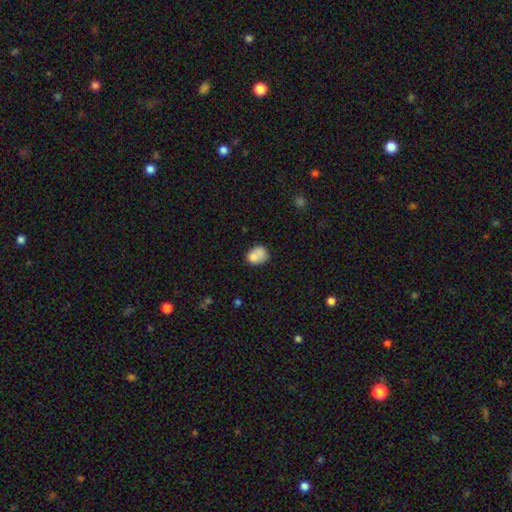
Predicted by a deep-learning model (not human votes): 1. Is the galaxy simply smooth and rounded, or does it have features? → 80% smooth, 11% featured or disk, 9% star or artifact.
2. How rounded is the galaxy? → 62% in between, 37% round, 1% cigar-shaped.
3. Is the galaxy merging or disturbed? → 48% none, 26% minor disturbance, 16% merger, 10% major disturbance.